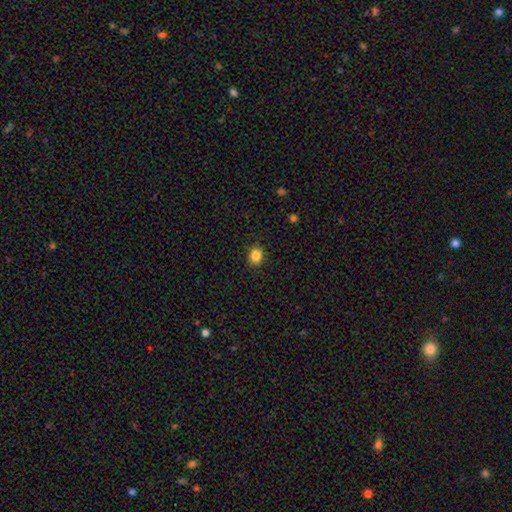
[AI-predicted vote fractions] smooth 85%, star or artifact 11%, featured or disk 5%. Down the decision tree: how rounded — round (57%); merging — none (90%).